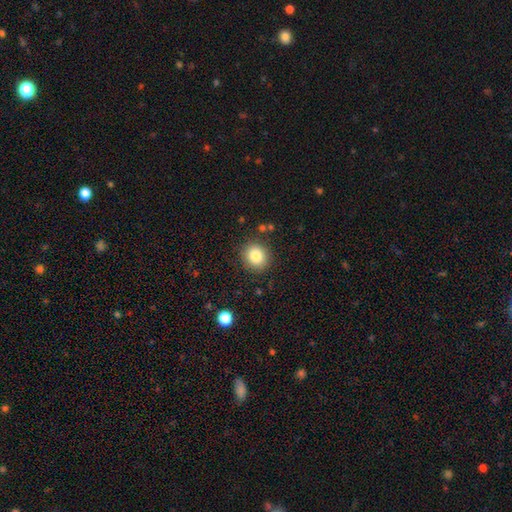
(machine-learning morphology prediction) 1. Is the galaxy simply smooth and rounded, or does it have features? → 83% smooth, 10% star or artifact, 7% featured or disk.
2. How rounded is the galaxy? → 84% round, 16% in between, 1% cigar-shaped.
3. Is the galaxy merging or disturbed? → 87% none, 8% minor disturbance, 3% major disturbance, 2% merger.